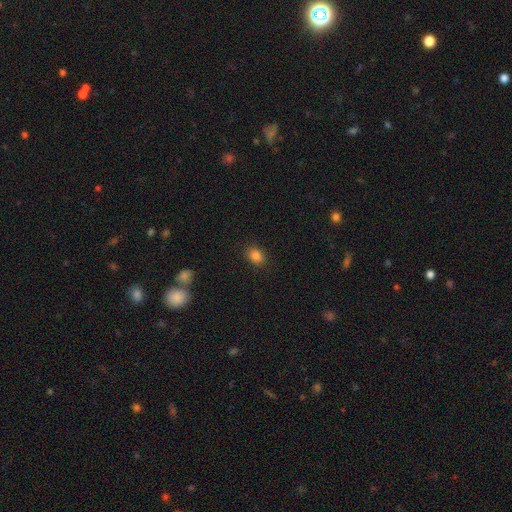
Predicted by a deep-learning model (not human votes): The model was most divided on "how rounded": in between: 58%, round: 41%, cigar-shaped: 1%. More confident: merging — none (87%); smooth or featured — smooth (84%).